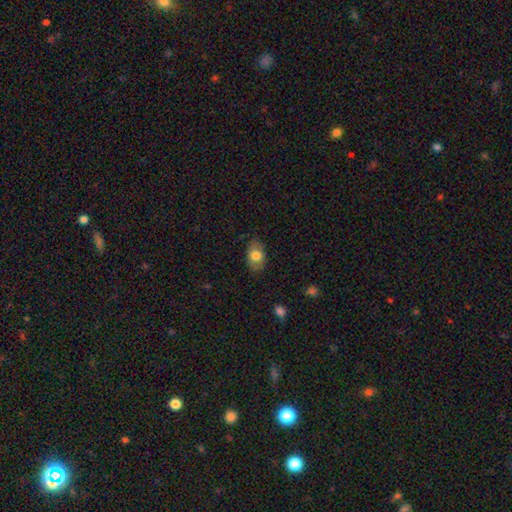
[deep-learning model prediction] This appears to be a smooth galaxy with no disk features (76%) that is in between round and cigar-shaped (85%). Merging: none (81%).